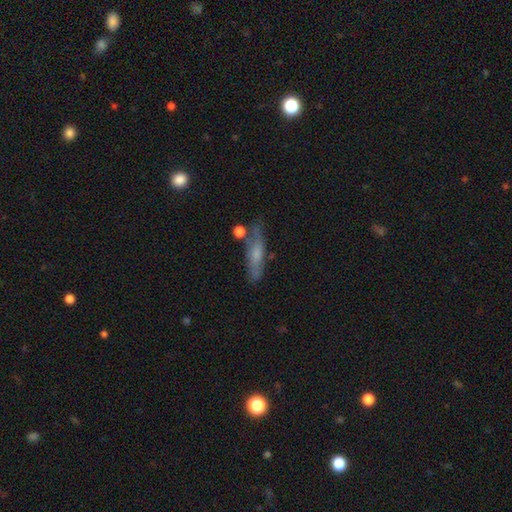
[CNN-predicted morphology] A smooth galaxy with no disk features (46%).

Vote fractions:
- Smooth or featured? smooth: 46% / featured or disk: 44% / star or artifact: 10%
- Merging? none: 68% / minor disturbance: 19% / merger: 7% / major disturbance: 6%